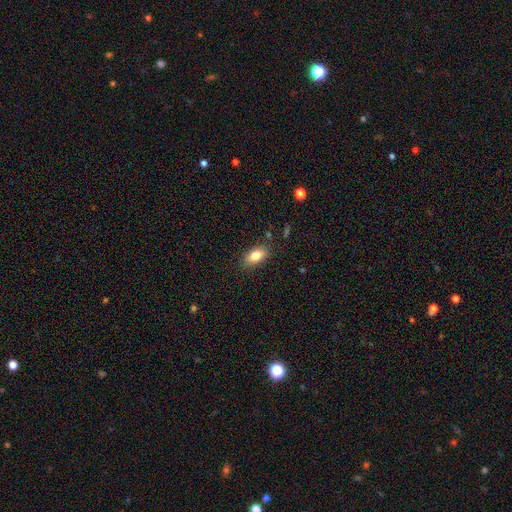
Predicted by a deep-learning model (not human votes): A smooth galaxy with no disk features (82%) that is in between round and cigar-shaped (90%). Merging: none (85%).